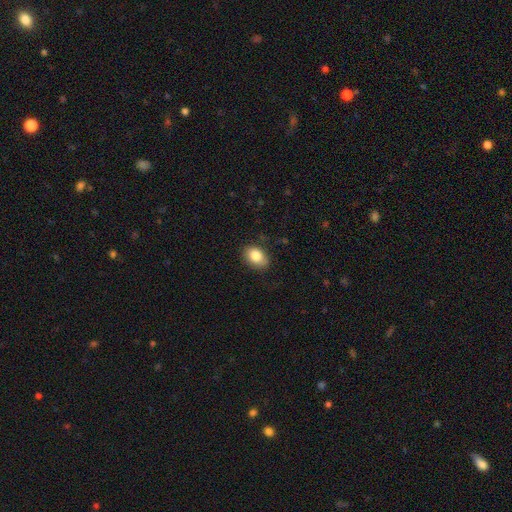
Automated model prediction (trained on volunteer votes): This is clearly a smooth galaxy (84%). How rounded: likely in between (79%). Merging: clearly none (81%).